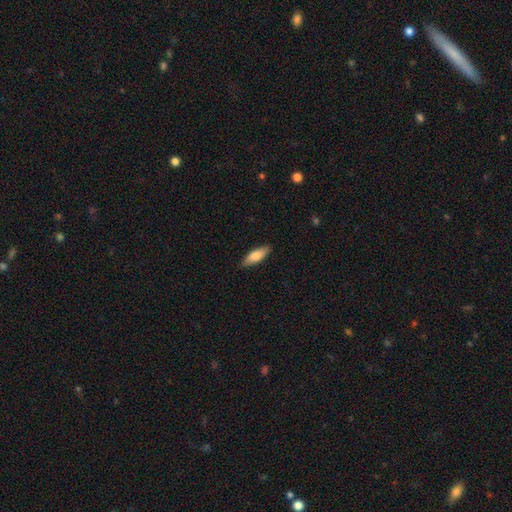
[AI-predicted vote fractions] smooth 80%, featured or disk 14%, star or artifact 5%. Down the decision tree: how rounded — in between (66%); merging — none (85%).